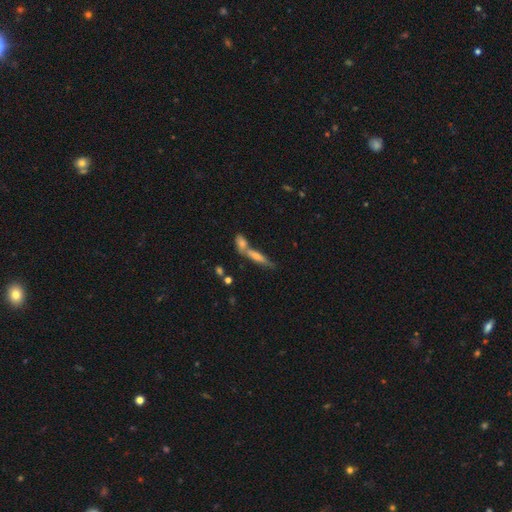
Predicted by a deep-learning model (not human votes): featured or disk 47%, smooth 42%, star or artifact 11%. Down the decision tree: merging — none (46%).